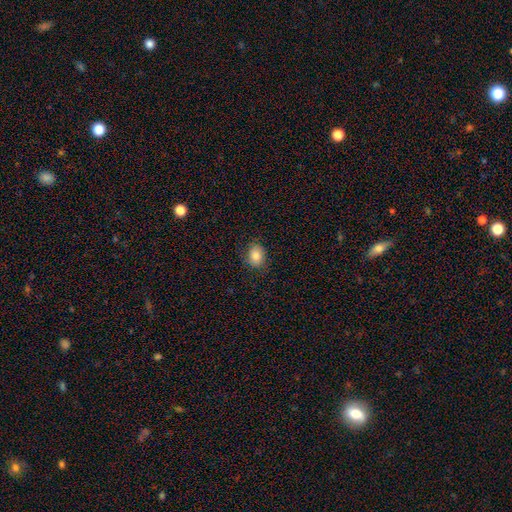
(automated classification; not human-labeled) smooth 83%, star or artifact 9%, featured or disk 7%. Down the decision tree: how rounded — in between (58%); merging — none (79%).